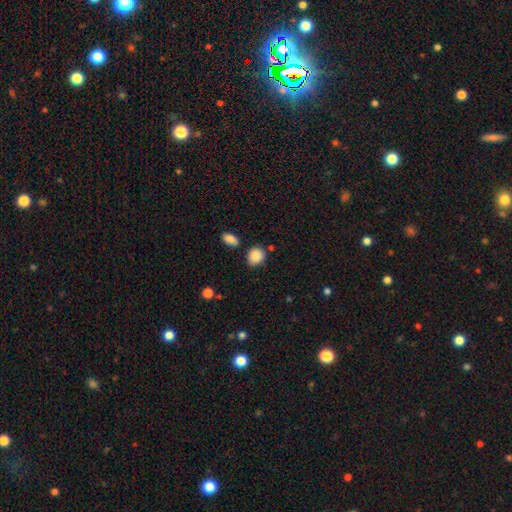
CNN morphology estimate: smooth_or_featured: smooth (p=0.88) [alt: star or artifact p=0.08]
how_rounded: round (p=0.72) [alt: in between p=0.27]
merging: none (p=0.77) [alt: minor disturbance p=0.13]